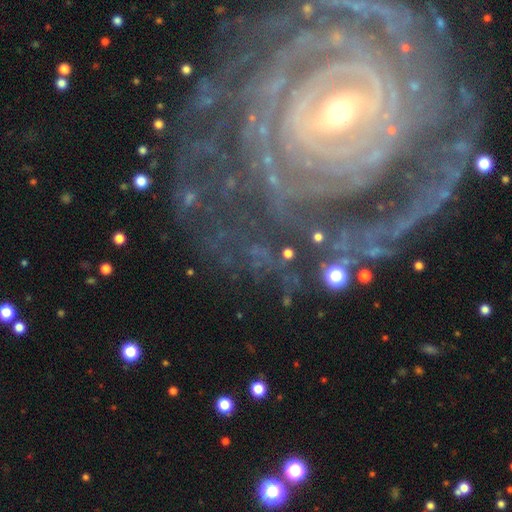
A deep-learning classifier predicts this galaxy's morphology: A featured or disk galaxy (85%) with no bar (40%), tight (78%) spiral arms (93%) and a small central bulge (63%). Merging: none (67%).